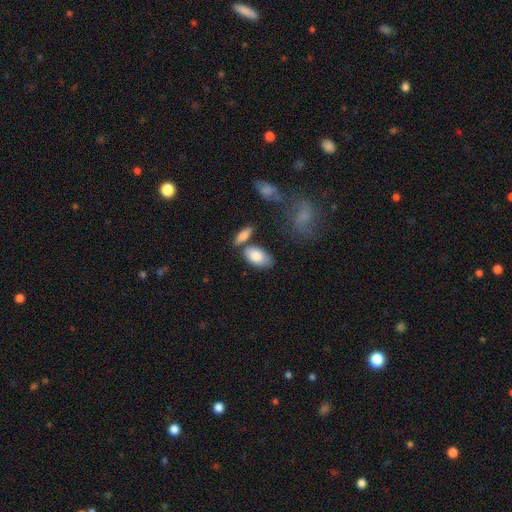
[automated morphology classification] Smooth or featured?
  - smooth: 81% *
  - featured or disk: 13%
  - star or artifact: 6%
How rounded?
  - in between: 93% *
  - round: 4%
  - cigar-shaped: 3%
Merging?
  - none: 61% *
  - minor disturbance: 18%
  - merger: 16%
  - major disturbance: 5%